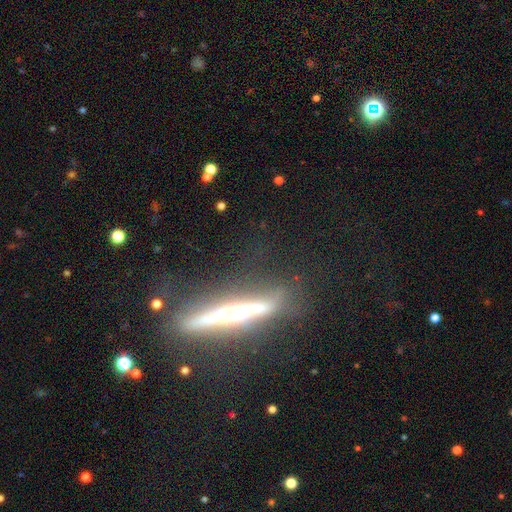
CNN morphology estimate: featured or disk 77%, smooth 16%, star or artifact 7%. Down the decision tree: edge-on disk — yes (95%); edge-on bulge — rounded (72%); merging — none (80%).